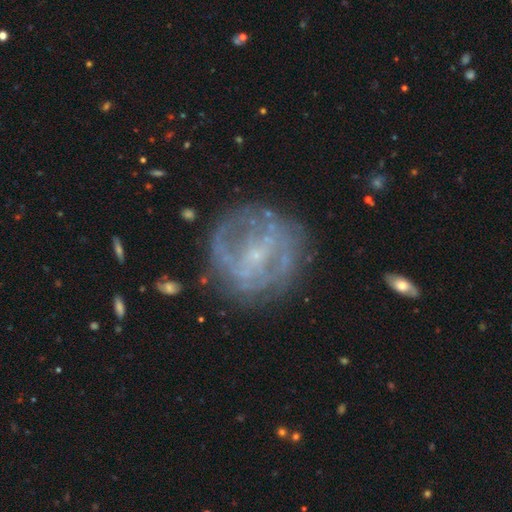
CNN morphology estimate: This appears to be a featured or disk galaxy (76%) with no bar (44%), tight (47%) spiral arms (71%) and a small central bulge (81%). Merging: none (73%).